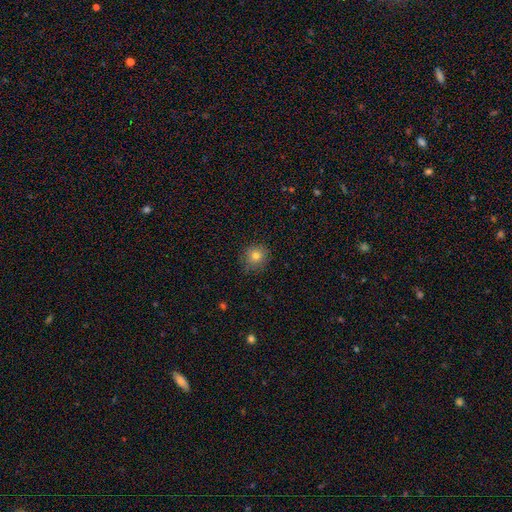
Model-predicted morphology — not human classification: A smooth galaxy with no disk features (79%) that is round (91%). Merging: none (86%).